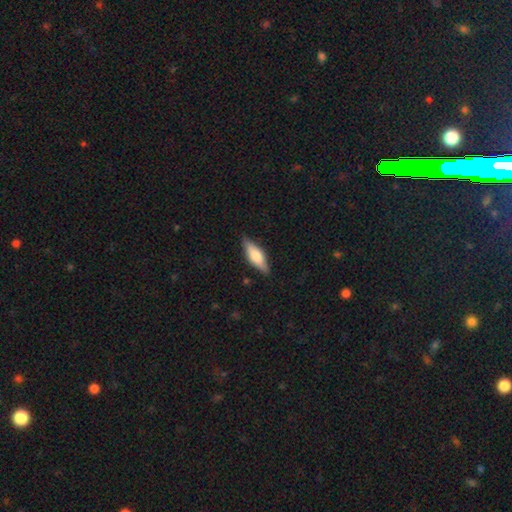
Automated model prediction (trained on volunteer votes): Overall: smooth (58%; featured or disk 36%). How rounded: in between (54%; cigar-shaped 44%). Merging: none (86%).